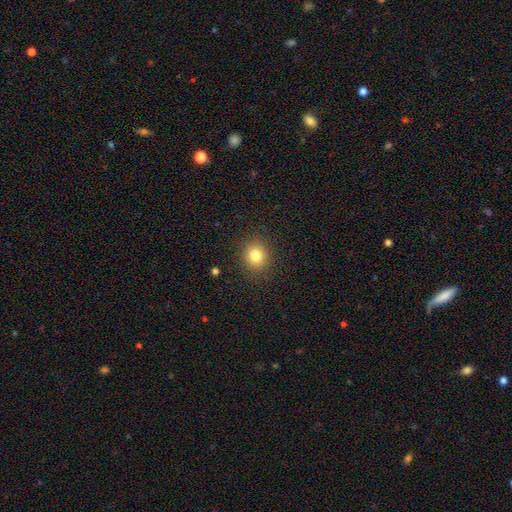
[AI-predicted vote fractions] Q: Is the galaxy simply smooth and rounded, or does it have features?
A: smooth — 81%.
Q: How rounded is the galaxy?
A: round — 80%.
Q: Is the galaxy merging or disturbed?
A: none — 89%.